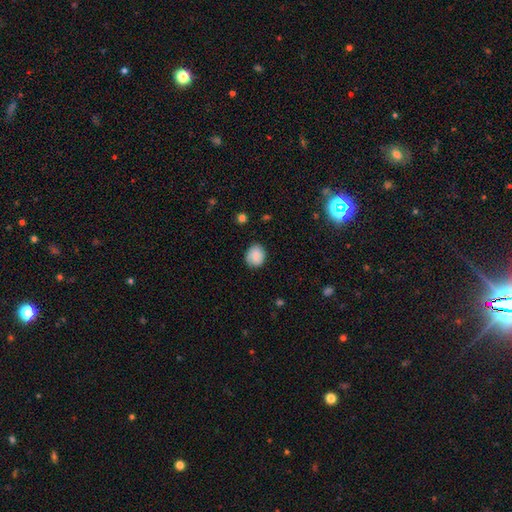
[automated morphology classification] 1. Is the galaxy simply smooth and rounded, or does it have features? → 82% smooth, 10% featured or disk, 8% star or artifact.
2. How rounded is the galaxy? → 69% round, 30% in between, 1% cigar-shaped.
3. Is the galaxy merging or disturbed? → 81% none, 16% minor disturbance, 3% major disturbance, 1% merger.